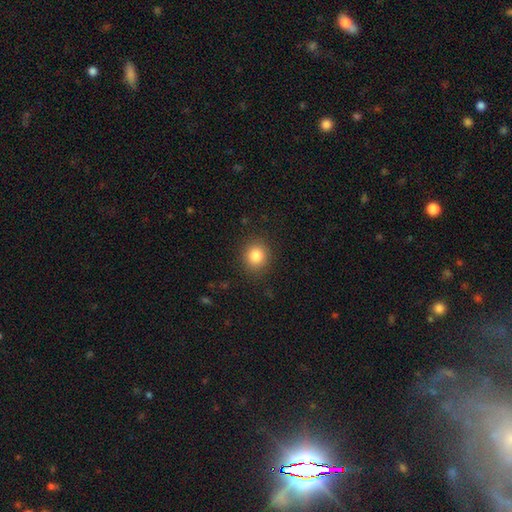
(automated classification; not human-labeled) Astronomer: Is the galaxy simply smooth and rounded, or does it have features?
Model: smooth — 84%.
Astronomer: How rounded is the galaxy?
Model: round — 83%.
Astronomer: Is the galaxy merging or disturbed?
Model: none — 88%.